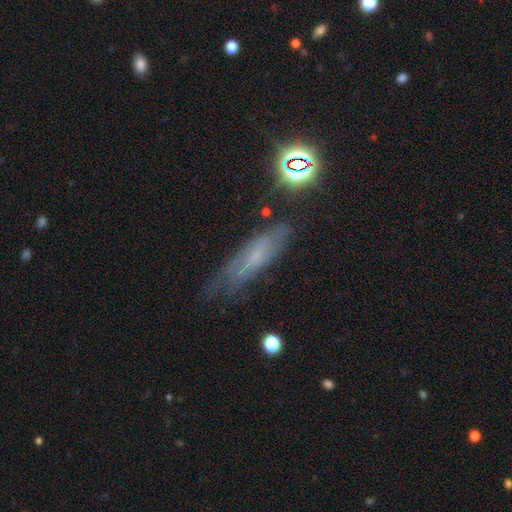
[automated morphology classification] This is marginally a featured or disk galaxy (43%). Merging: likely none (60%).